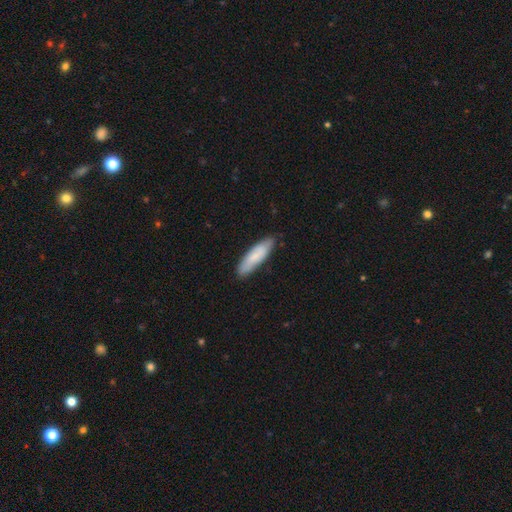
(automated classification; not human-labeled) Smooth or featured?
  - smooth: 76% *
  - featured or disk: 18%
  - star or artifact: 5%
How rounded?
  - cigar-shaped: 62% *
  - in between: 36%
  - round: 1%
Merging?
  - none: 82% *
  - minor disturbance: 14%
  - major disturbance: 2%
  - merger: 1%